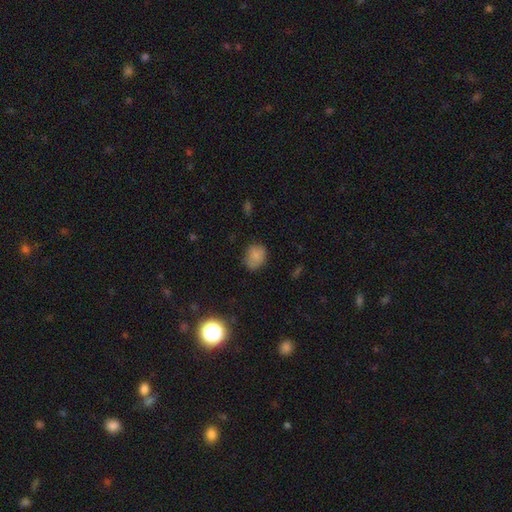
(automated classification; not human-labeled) Smooth or featured?
  - smooth: 79% *
  - star or artifact: 12%
  - featured or disk: 10%
How rounded?
  - round: 52% *
  - in between: 47%
  - cigar-shaped: 1%
Merging?
  - none: 70% *
  - minor disturbance: 23%
  - major disturbance: 5%
  - merger: 2%